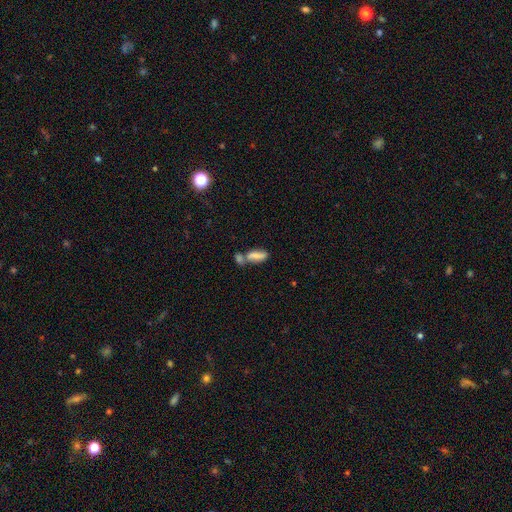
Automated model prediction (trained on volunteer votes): Smooth or featured: smooth — 72% (featured or disk — 19%)
How rounded: in between — 72% (cigar-shaped — 25%)
Merging: merger — 57% (none — 27%)